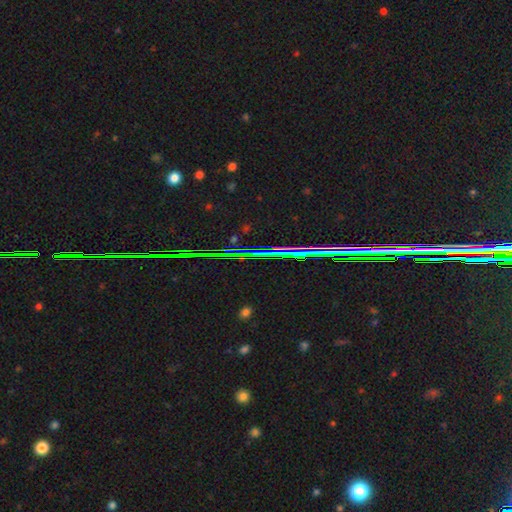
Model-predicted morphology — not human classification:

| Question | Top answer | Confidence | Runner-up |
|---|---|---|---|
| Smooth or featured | star or artifact | 85% | featured or disk (8%) |